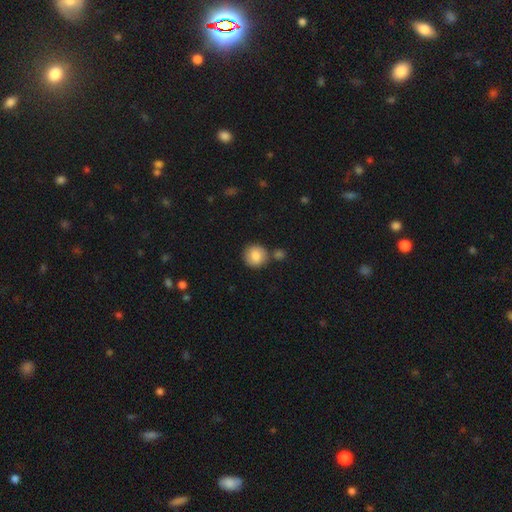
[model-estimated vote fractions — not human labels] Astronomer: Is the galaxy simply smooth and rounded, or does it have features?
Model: smooth — 85%.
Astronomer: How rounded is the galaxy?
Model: round — 93%.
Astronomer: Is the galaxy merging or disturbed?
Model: none — 75%.